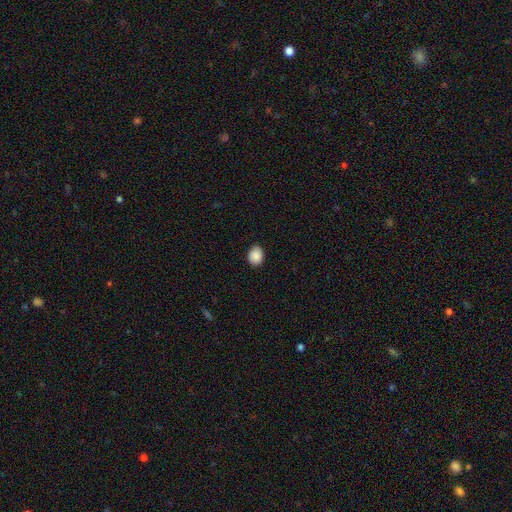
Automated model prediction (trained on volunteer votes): smooth-or-featured: smooth: 89% | star or artifact: 8% | featured or disk: 3%
  how-rounded: in between: 56% | round: 43% | cigar-shaped: 1%
  merging: none: 85% | minor disturbance: 12% | major disturbance: 2% | merger: 1%